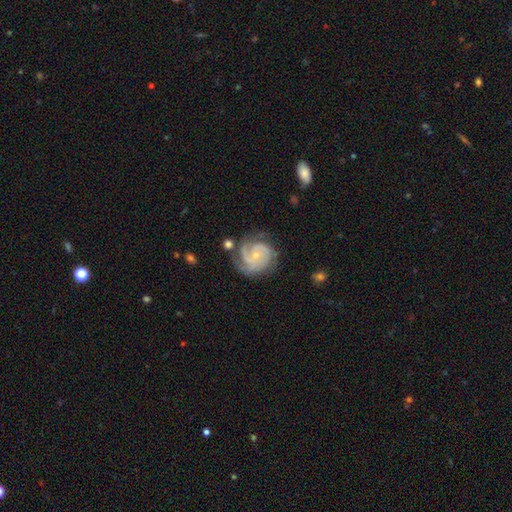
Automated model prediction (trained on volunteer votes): This is clearly a featured or disk galaxy (86%). It is clearly not viewed edge-on (98%). Bar: likely no (73%). Spiral arm pattern: clearly yes (97%). Spiral arm count: marginally 3 (42%). Spiral winding: likely tight (62%). Central bulge: likely small (75%). Merging: likely none (67%).